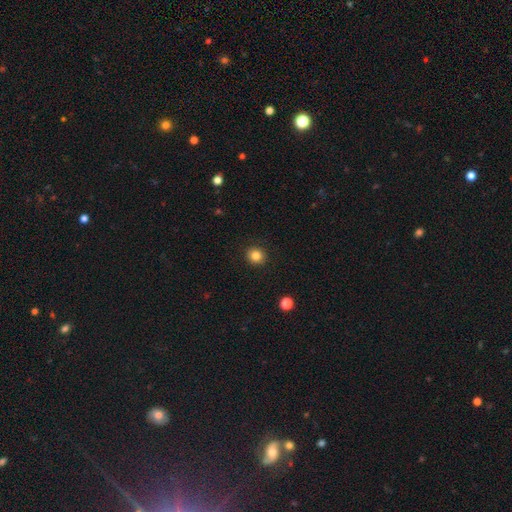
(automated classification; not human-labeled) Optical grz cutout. It shows a smooth galaxy with no disk features (84%) that is round (86%). Merging: none (91%).